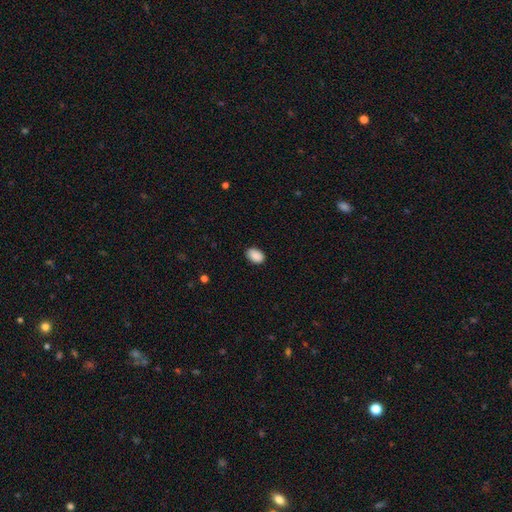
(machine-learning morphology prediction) smooth 90%, star or artifact 7%, featured or disk 3%. Down the decision tree: how rounded — in between (86%); merging — none (85%).